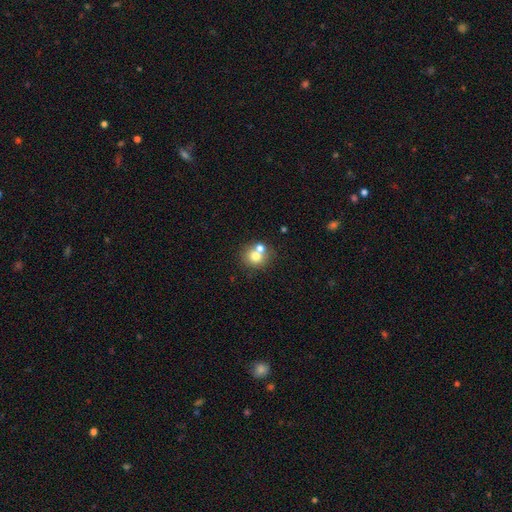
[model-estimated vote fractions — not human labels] A smooth galaxy with no disk features (72%) that is round (84%).

Vote fractions:
- Smooth or featured? smooth: 72% / featured or disk: 16% / star or artifact: 12%
- How rounded? round: 84% / in between: 15% / cigar-shaped: 1%
- Merging? none: 49% / merger: 40% / minor disturbance: 7% / major disturbance: 3%